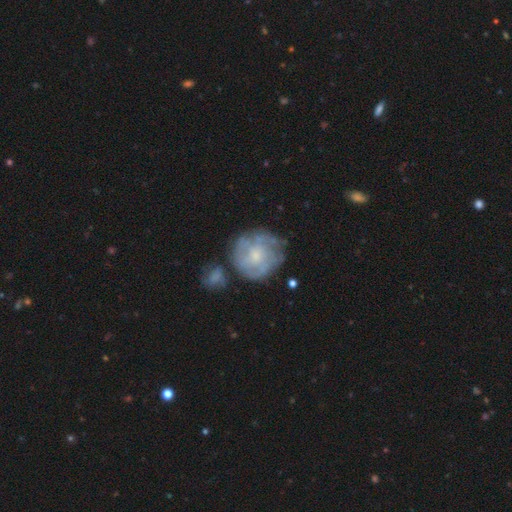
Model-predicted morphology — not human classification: Q: Smooth or featured?
A: featured or disk (58%); runner-up: smooth (35%)
Q: Edge-on disk?
A: no (98%); runner-up: yes (2%)
Q: Bar?
A: no (76%); runner-up: weak (21%)
Q: Spiral arms?
A: yes (63%); runner-up: no (37%)
Q: Bulge size?
A: small (51%); runner-up: moderate (36%)
Q: Merging?
A: none (63%); runner-up: minor disturbance (19%)